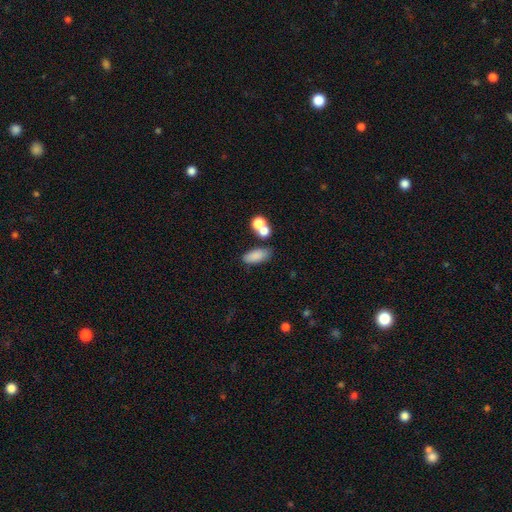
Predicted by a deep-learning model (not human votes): This is clearly a smooth galaxy (81%). How rounded: clearly in between (84%). Merging: likely none (64%).